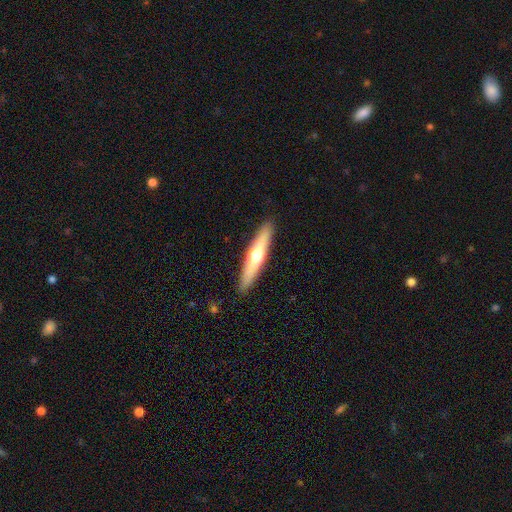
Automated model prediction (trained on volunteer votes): smooth_or_featured: featured or disk (p=0.49) [alt: smooth p=0.45]
merging: none (p=0.91) [alt: minor disturbance p=0.07]